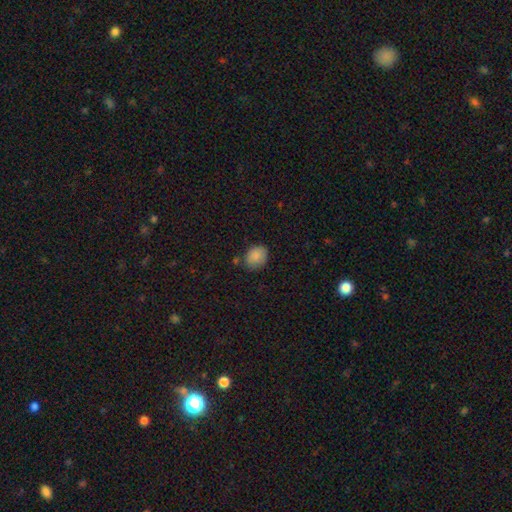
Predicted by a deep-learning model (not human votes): smooth_or_featured: smooth (p=0.86) [alt: star or artifact p=0.08]
how_rounded: in between (p=0.56) [alt: round p=0.44]
merging: none (p=0.71) [alt: minor disturbance p=0.20]